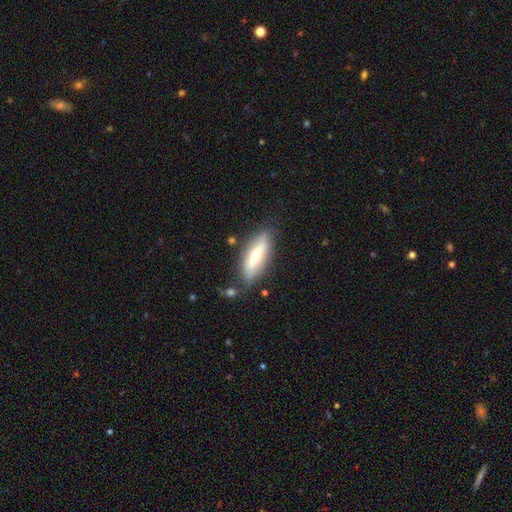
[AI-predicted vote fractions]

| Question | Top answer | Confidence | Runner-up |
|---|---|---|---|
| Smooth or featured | smooth | 50% | featured or disk (43%) |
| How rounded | cigar-shaped | 55% | in between (43%) |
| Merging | none | 75% | minor disturbance (17%) |